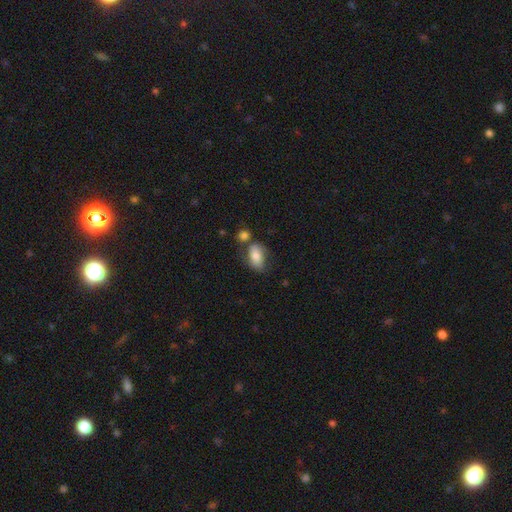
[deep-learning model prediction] Morphology: type=smooth (75%); roundness=in between (90%); merging=none (50%).